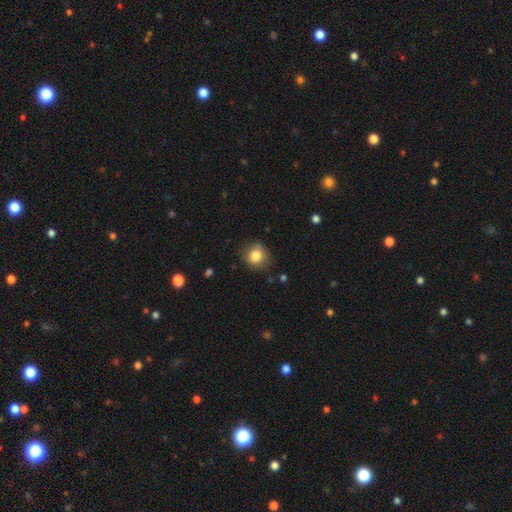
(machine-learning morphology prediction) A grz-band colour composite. It shows a smooth galaxy with no disk features (83%) that is round (81%). Merging: none (76%).